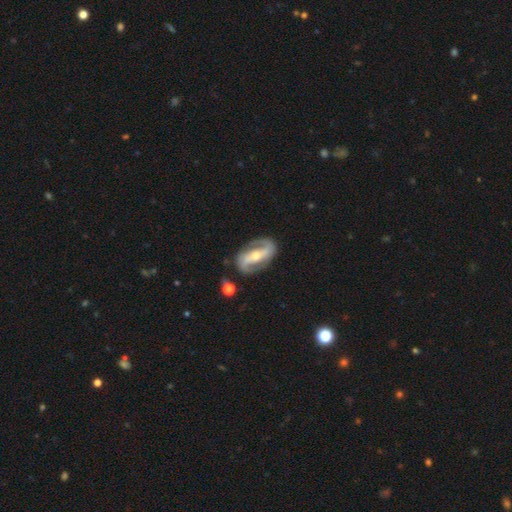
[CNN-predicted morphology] This is clearly a featured or disk galaxy (87%). It is clearly not viewed edge-on (95%). Bar: possibly strong (55%). Spiral arm pattern: clearly yes (92%). Spiral arm count: clearly 2 (91%). Spiral winding: marginally medium (43%). Central bulge: possibly moderate (53%). Merging: clearly none (80%).